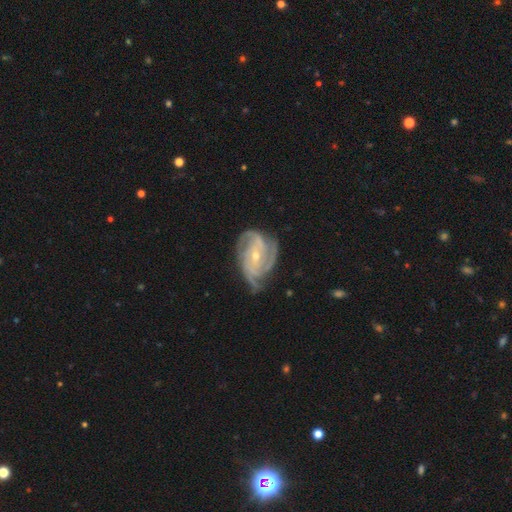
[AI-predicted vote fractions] smooth-or-featured: featured or disk: 91% | star or artifact: 5% | smooth: 5%
  disk-edge-on: no: 98% | yes: 2%
    bar: no: 45% | weak: 36% | strong: 19%
    has-spiral-arms: yes: 98% | no: 2%
      spiral-winding: tight: 52% | medium: 40% | loose: 8%
      spiral-arm-count: 3: 49% | 4: 18% | 2: 15% | can't tell: 10% | more than 4: 4% | 1: 4%
    bulge-size: small: 63% | moderate: 35% | large: 1% | none: 1% | dominant: 1%
  merging: none: 64% | minor disturbance: 24% | major disturbance: 10% | merger: 2%